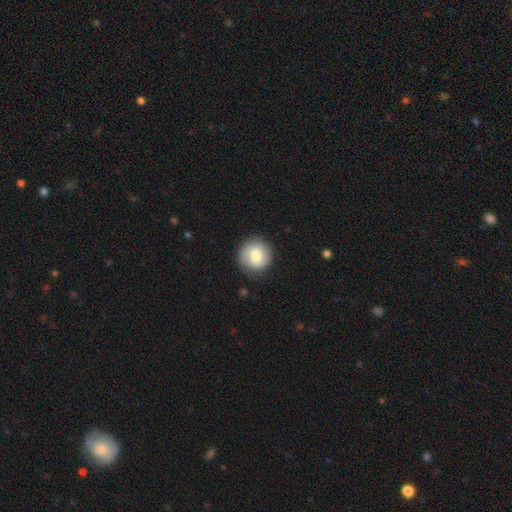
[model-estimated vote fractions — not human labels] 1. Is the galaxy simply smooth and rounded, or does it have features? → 74% smooth, 19% featured or disk, 7% star or artifact.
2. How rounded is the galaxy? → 93% round, 6% in between, 1% cigar-shaped.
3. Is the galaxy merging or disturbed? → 86% none, 10% minor disturbance, 3% major disturbance, 1% merger.